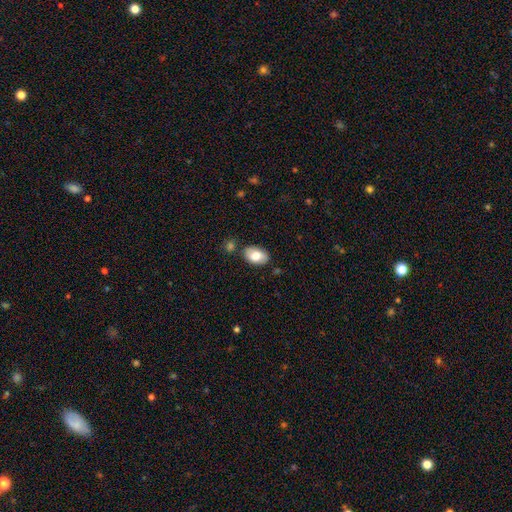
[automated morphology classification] A smooth galaxy with no disk features (79%) that is in between round and cigar-shaped (91%).

Vote fractions:
- Smooth or featured? smooth: 79% / featured or disk: 15% / star or artifact: 6%
- How rounded? in between: 91% / round: 8% / cigar-shaped: 1%
- Merging? none: 79% / minor disturbance: 13% / merger: 5% / major disturbance: 3%